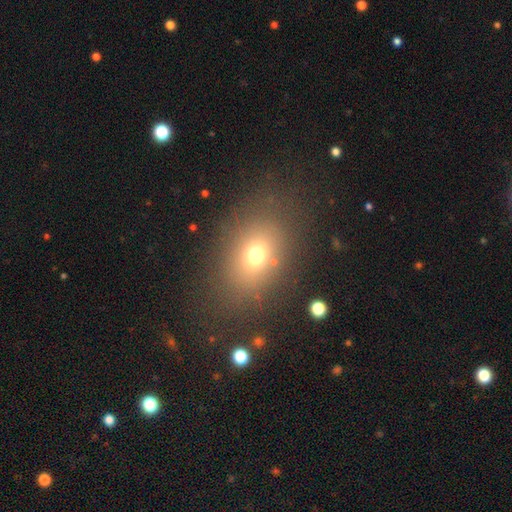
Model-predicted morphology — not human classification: smooth_or_featured: smooth (p=0.70) [alt: star or artifact p=0.17]
how_rounded: in between (p=0.66) [alt: round p=0.32]
merging: none (p=0.79) [alt: minor disturbance p=0.11]